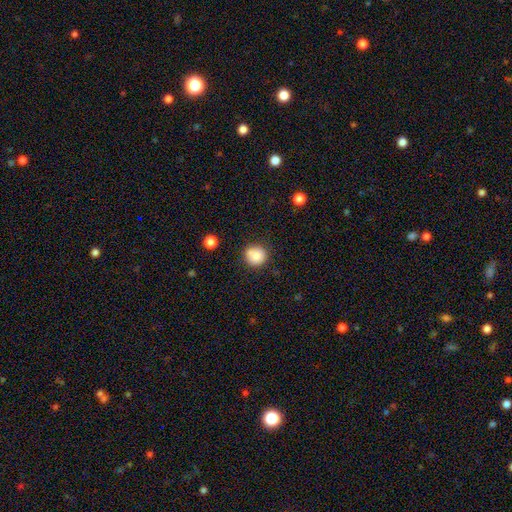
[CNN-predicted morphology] This is clearly a smooth galaxy (82%). How rounded: clearly round (90%). Merging: likely none (80%).